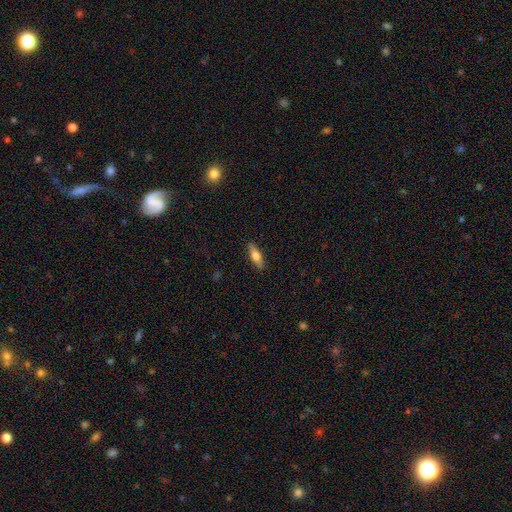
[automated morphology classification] smooth_or_featured: smooth (p=0.53) [alt: featured or disk p=0.41]
how_rounded: cigar-shaped (p=0.54) [alt: in between p=0.43]
merging: none (p=0.89) [alt: minor disturbance p=0.08]